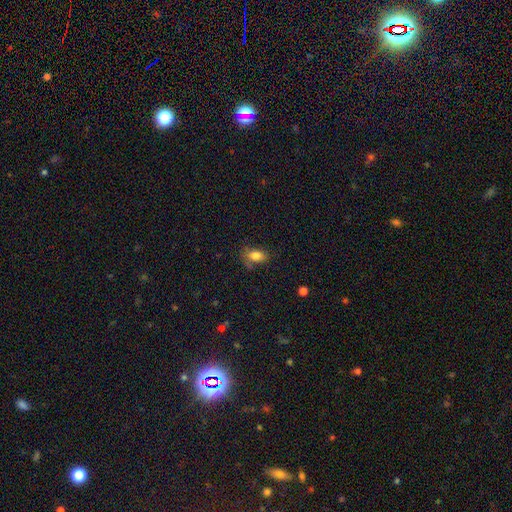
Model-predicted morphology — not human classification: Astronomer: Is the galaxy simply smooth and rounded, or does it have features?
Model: smooth — 81%.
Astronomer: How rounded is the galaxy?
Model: in between — 87%.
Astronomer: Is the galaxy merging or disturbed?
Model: none — 65%.